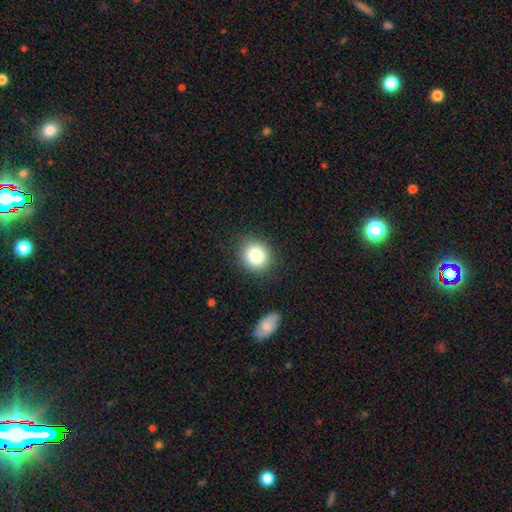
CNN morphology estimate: Q: Smooth or featured?
A: smooth (82%); runner-up: star or artifact (10%)
Q: How rounded?
A: round (74%); runner-up: in between (26%)
Q: Merging?
A: none (86%); runner-up: minor disturbance (10%)